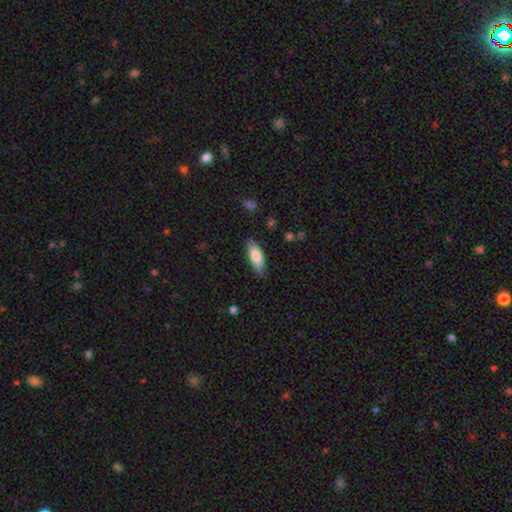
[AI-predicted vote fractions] Smooth or featured?
  - smooth: 82% *
  - featured or disk: 12%
  - star or artifact: 6%
How rounded?
  - in between: 72% *
  - cigar-shaped: 26%
  - round: 2%
Merging?
  - none: 82% *
  - minor disturbance: 14%
  - major disturbance: 3%
  - merger: 1%